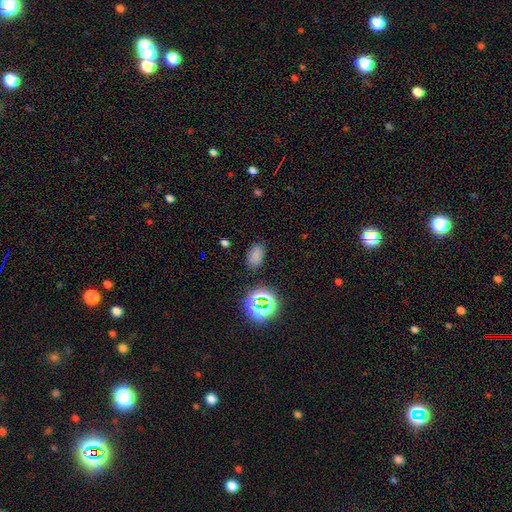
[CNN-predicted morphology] This appears to be a smooth galaxy with no disk features (74%) that is in between round and cigar-shaped (88%). Merging: none (82%).